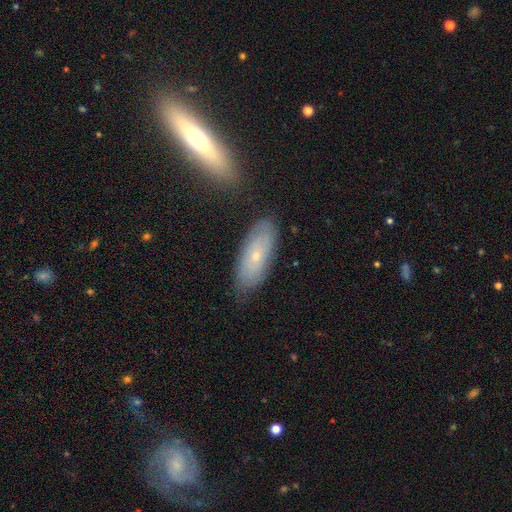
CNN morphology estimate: smooth-or-featured: smooth: 58% | featured or disk: 35% | star or artifact: 8%
  how-rounded: in between: 77% | cigar-shaped: 20% | round: 3%
  merging: none: 78% | minor disturbance: 16% | major disturbance: 3% | merger: 3%